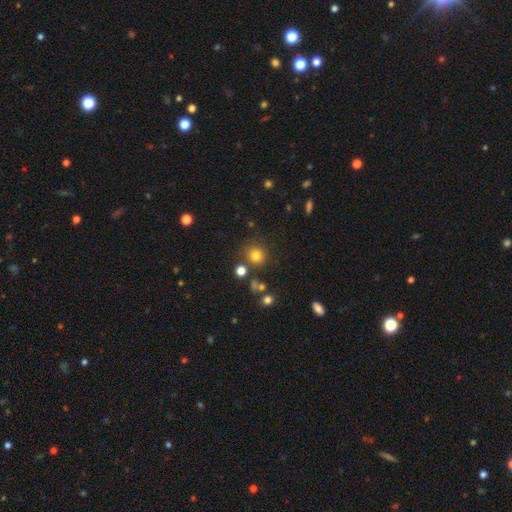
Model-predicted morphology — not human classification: This is likely a smooth galaxy (78%). How rounded: clearly round (90%). Merging: likely none (79%).